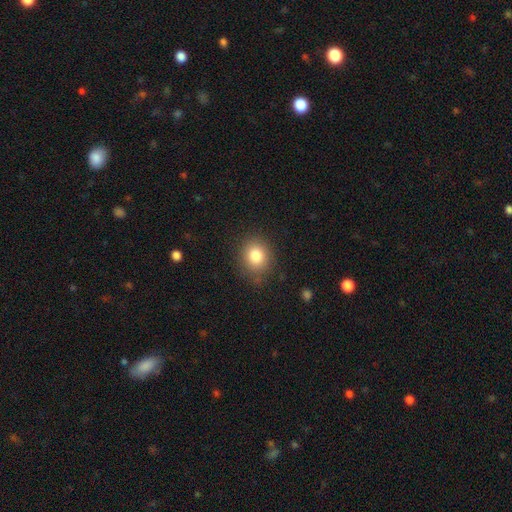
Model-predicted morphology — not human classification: Smooth or featured: smooth — 82% (star or artifact — 10%)
How rounded: round — 67% (in between — 32%)
Merging: none — 84% (minor disturbance — 11%)